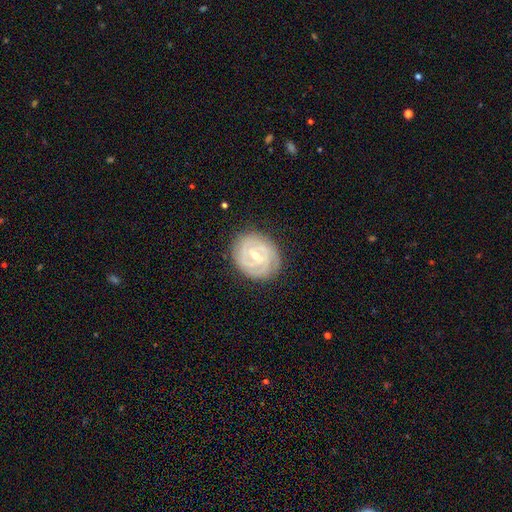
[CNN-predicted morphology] A featured or disk galaxy (86%) with a weak bar (50%), 2 (34%) tight (78%) spiral arms (96%) and a small central bulge (54%). Merging: none (83%).